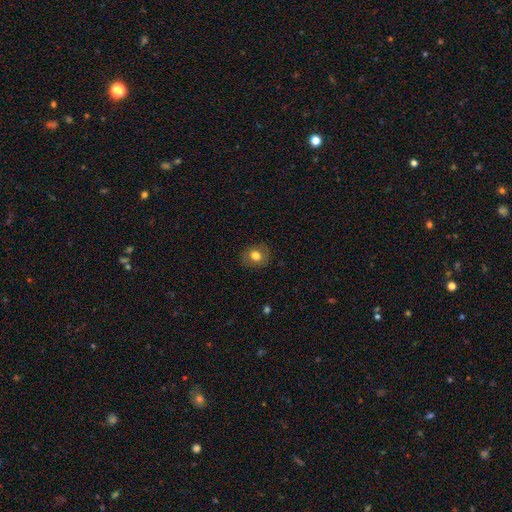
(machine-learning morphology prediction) Smooth or featured? Predicted: smooth (p=0.71). How rounded? Predicted: round (p=0.73). Merging? Predicted: none (p=0.84).